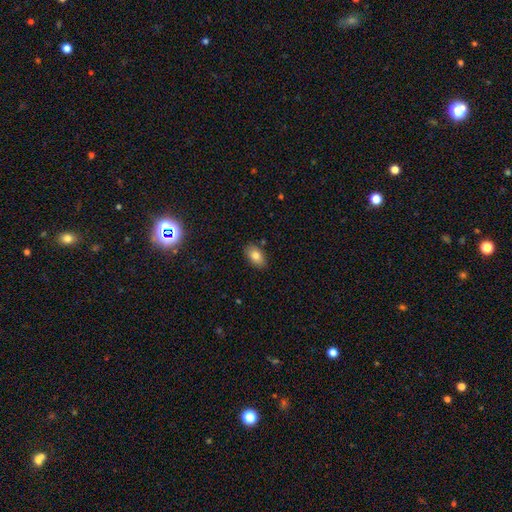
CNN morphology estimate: smooth 80%, featured or disk 12%, star or artifact 8%. Down the decision tree: how rounded — in between (91%); merging — none (84%).